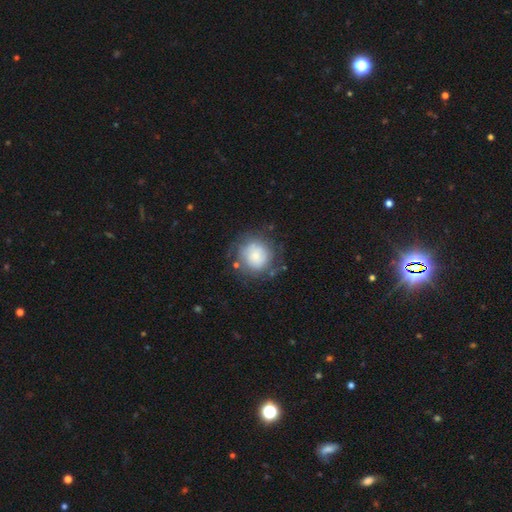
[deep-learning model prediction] Overall: smooth (57%; featured or disk 34%). How rounded: round (90%). Merging: none (66%).